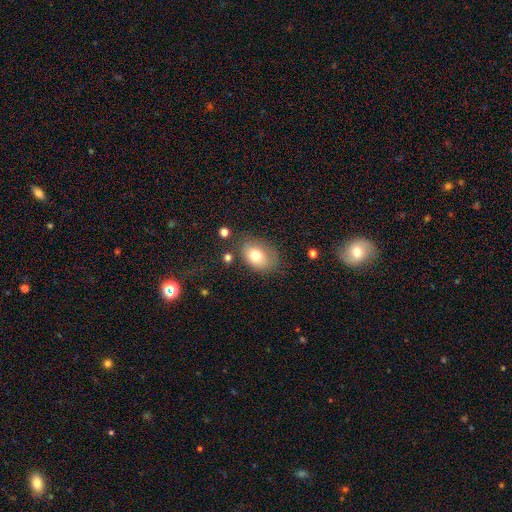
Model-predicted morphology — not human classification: type=smooth (76%); roundness=in between (77%); merging=none (65%).